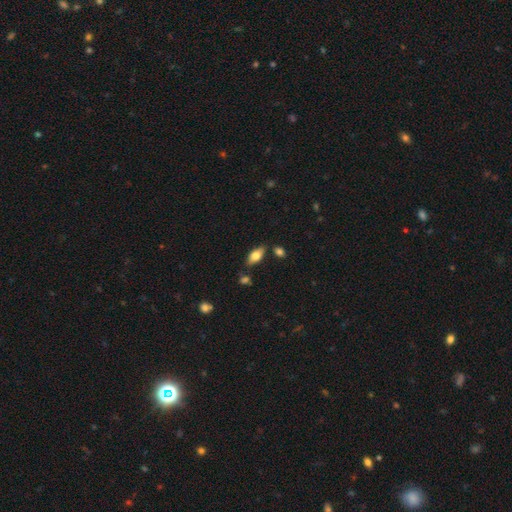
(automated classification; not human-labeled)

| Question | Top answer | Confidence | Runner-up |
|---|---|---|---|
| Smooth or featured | smooth | 73% | featured or disk (20%) |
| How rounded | in between | 87% | cigar-shaped (11%) |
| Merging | none | 78% | minor disturbance (13%) |